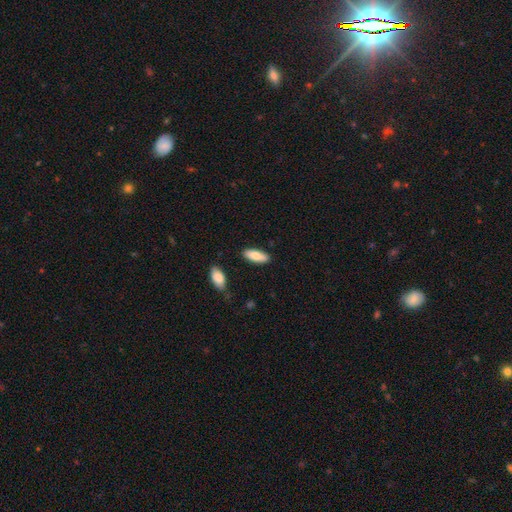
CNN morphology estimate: smooth_or_featured: smooth (p=0.82) [alt: featured or disk p=0.13]
how_rounded: in between (p=0.71) [alt: cigar-shaped p=0.27]
merging: none (p=0.85) [alt: minor disturbance p=0.10]